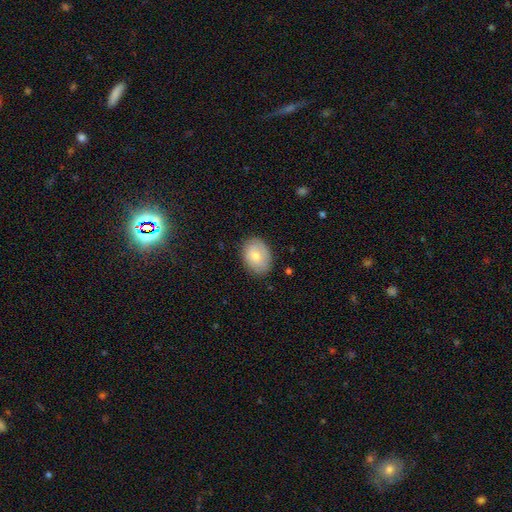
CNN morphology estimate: smooth 70%, featured or disk 23%, star or artifact 7%. Down the decision tree: how rounded — in between (73%); merging — none (82%).